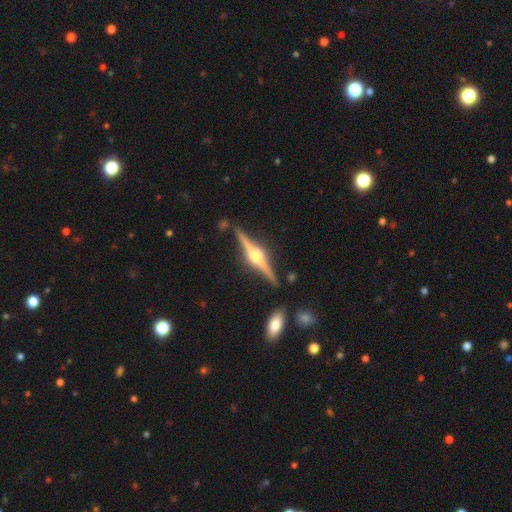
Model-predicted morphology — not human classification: Q: Smooth or featured?
A: featured or disk (86%); runner-up: smooth (8%)
Q: Edge-on disk?
A: yes (98%); runner-up: no (2%)
Q: Edge-on bulge?
A: rounded (95%); runner-up: boxy (3%)
Q: Merging?
A: none (86%); runner-up: minor disturbance (9%)